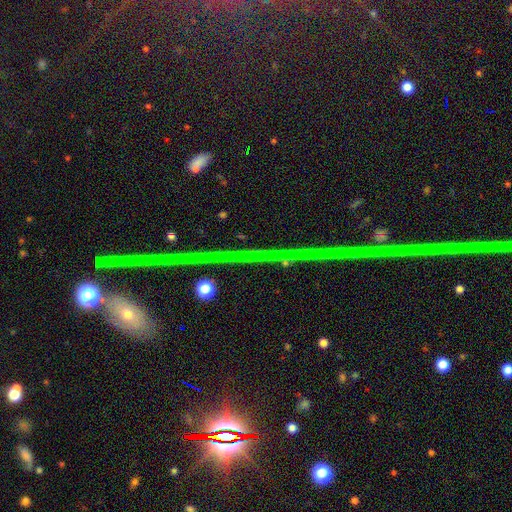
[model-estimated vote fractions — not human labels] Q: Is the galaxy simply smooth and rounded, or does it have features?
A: star or artifact — 81%.